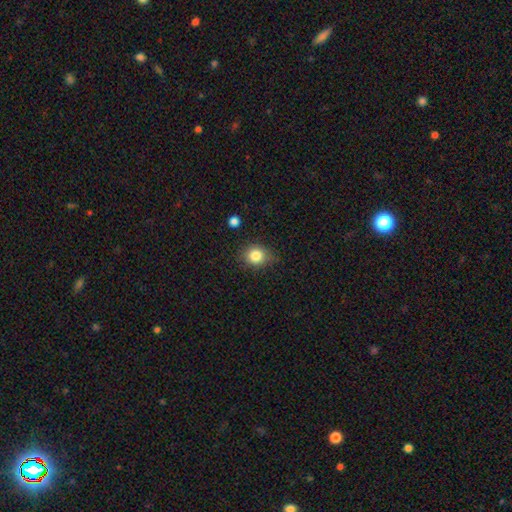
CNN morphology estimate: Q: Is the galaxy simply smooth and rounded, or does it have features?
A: smooth — 83%.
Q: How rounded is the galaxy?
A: round — 76%.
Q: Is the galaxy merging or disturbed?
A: none — 76%.